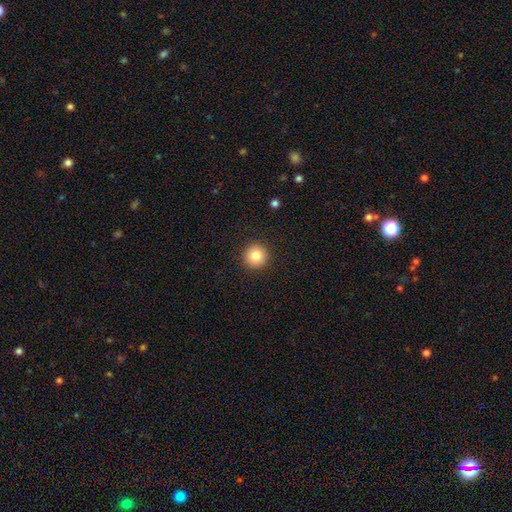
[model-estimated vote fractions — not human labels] Morphology: type=smooth (84%); roundness=round (95%); merging=none (92%).